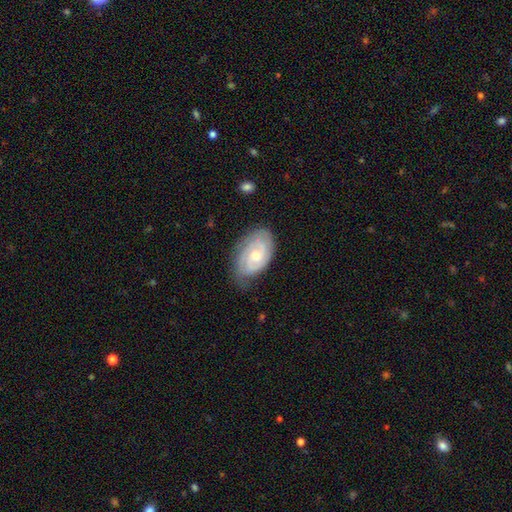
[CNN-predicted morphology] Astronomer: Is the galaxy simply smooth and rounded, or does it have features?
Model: featured or disk — 76%.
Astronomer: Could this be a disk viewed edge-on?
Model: no — 96%.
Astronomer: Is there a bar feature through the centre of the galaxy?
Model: no — 70%.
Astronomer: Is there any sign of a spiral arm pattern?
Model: yes — 93%.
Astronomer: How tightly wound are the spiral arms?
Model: tight — 65%.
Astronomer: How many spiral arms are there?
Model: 2 — 41% (runner-up: can't tell, 29%).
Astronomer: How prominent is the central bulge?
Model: moderate — 50% (runner-up: small, 45%).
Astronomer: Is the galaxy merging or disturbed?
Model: none — 69%.